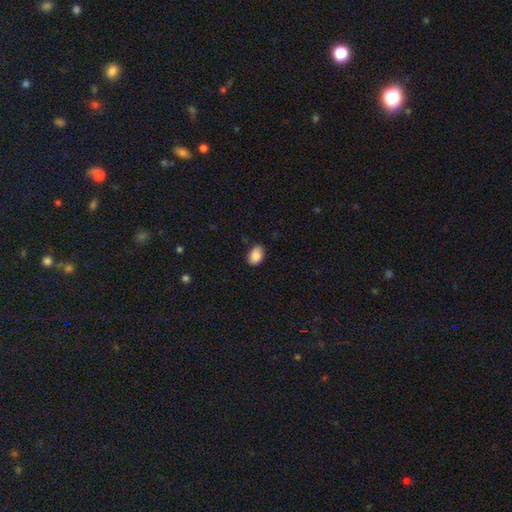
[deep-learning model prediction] This appears to be a smooth galaxy with no disk features (89%) that is in between round and cigar-shaped (80%). Merging: none (83%).